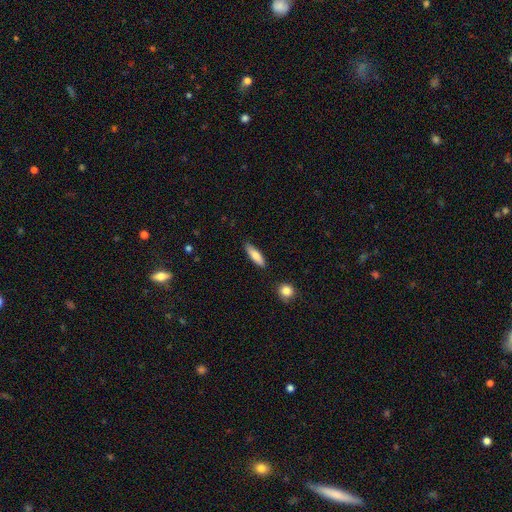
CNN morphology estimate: Smooth or featured: smooth — 79% (featured or disk — 15%)
How rounded: cigar-shaped — 54% (in between — 44%)
Merging: none — 85% (minor disturbance — 11%)